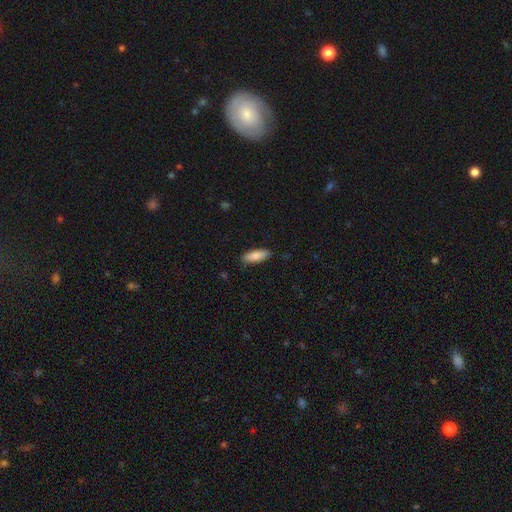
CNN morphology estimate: type=smooth (85%); roundness=in between (62%); merging=none (87%).